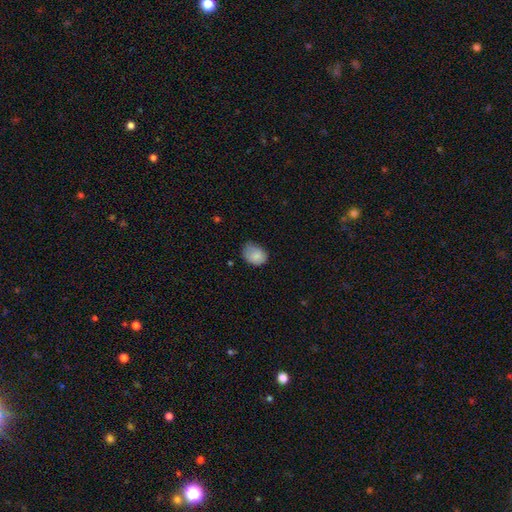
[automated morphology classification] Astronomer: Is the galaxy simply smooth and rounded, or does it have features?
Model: smooth — 84%.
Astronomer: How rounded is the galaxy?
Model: in between — 63%.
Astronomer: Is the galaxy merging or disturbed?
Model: none — 44% (runner-up: minor disturbance, 42%).